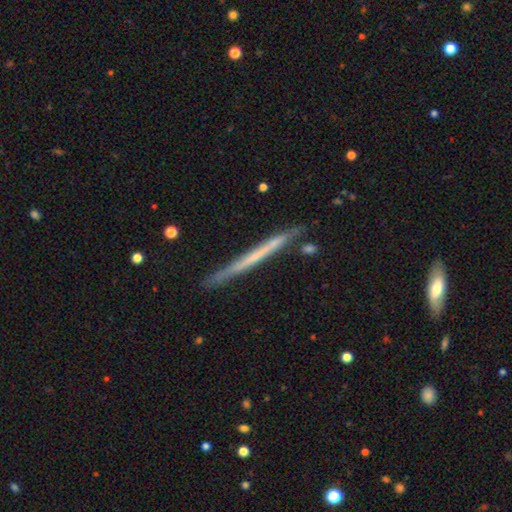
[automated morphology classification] featured or disk 53%, smooth 41%, star or artifact 6%. Down the decision tree: edge-on disk — yes (97%); edge-on bulge — none (92%); merging — none (85%).